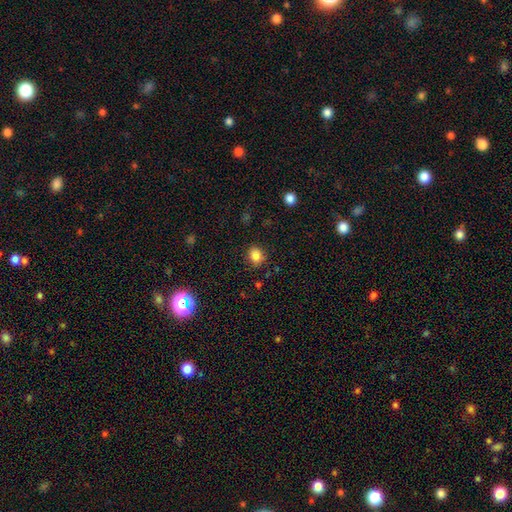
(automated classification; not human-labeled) Morphology: type=smooth (83%); roundness=round (63%); merging=none (82%).